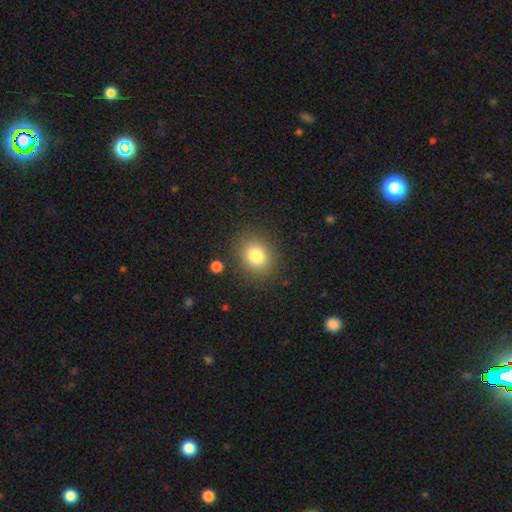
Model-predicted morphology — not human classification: smooth 81%, star or artifact 11%, featured or disk 8%. Down the decision tree: how rounded — round (65%); merging — none (86%).